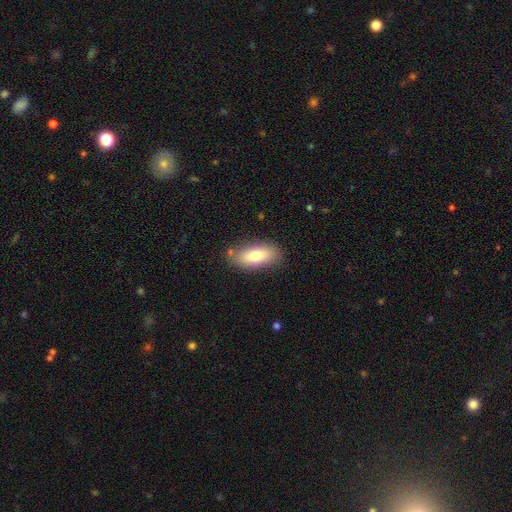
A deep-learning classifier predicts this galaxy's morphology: This appears to be a smooth galaxy with no disk features (76%) that is in between round and cigar-shaped (82%). Merging: none (80%).